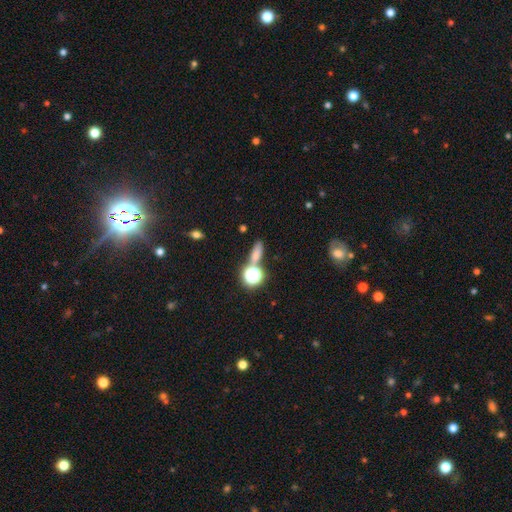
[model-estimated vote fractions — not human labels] Overall: smooth (67%). How rounded: in between (44%; cigar-shaped 31%). Merging: none (67%).